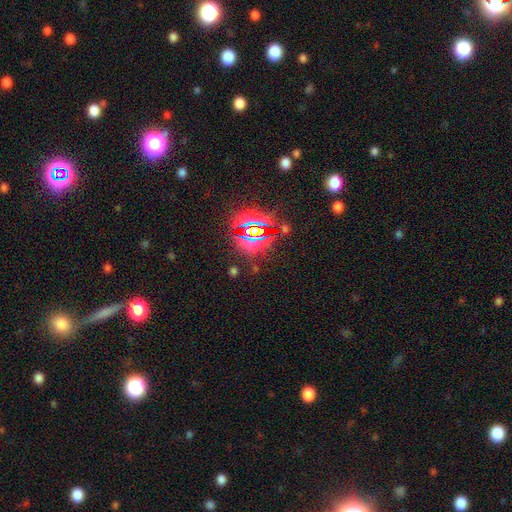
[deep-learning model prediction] star or artifact 80%, smooth 12%, featured or disk 8%.